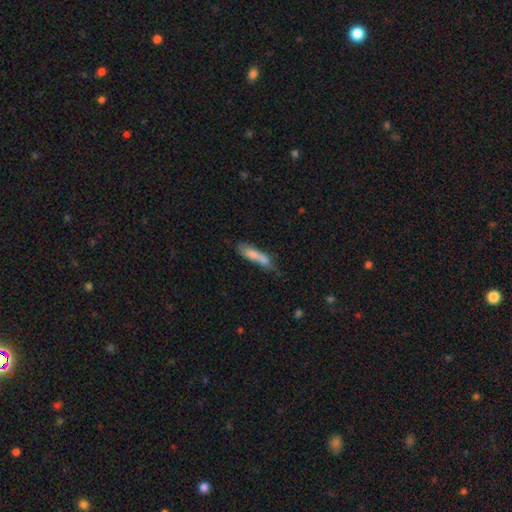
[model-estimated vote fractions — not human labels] Q: Smooth or featured?
A: smooth (68%); runner-up: featured or disk (23%)
Q: How rounded?
A: cigar-shaped (72%); runner-up: in between (26%)
Q: Merging?
A: none (33%); runner-up: merger (29%)